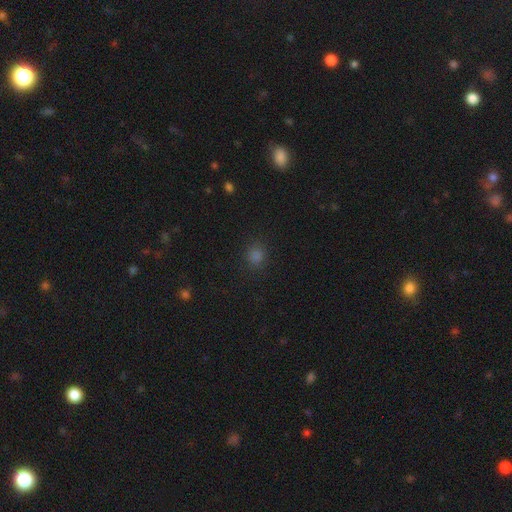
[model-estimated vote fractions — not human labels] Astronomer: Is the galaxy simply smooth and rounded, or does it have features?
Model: smooth — 76%.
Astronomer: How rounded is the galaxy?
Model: round — 78%.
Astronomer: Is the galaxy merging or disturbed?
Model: none — 88%.